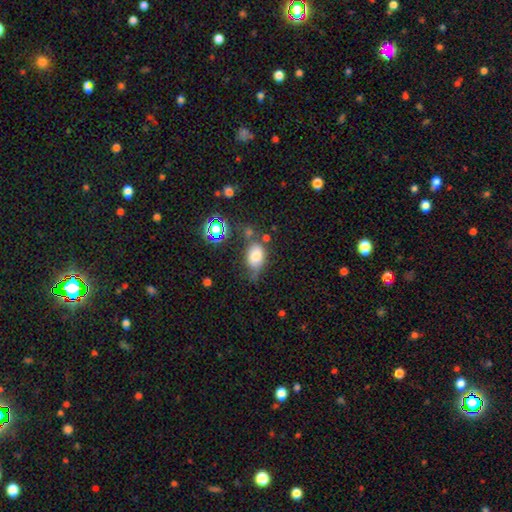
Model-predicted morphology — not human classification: The model was most divided on "merging": none: 52%, minor disturbance: 28%, merger: 10%, major disturbance: 10%. More confident: how rounded — in between (83%); smooth or featured — smooth (77%).